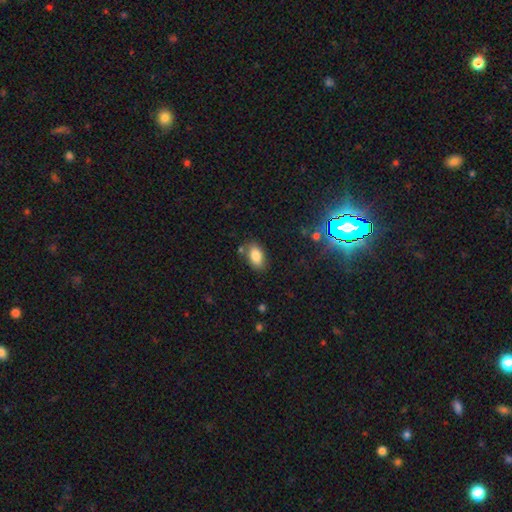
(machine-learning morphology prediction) Q: Smooth or featured?
A: smooth (84%); runner-up: star or artifact (9%)
Q: How rounded?
A: in between (92%); runner-up: round (6%)
Q: Merging?
A: none (76%); runner-up: minor disturbance (15%)